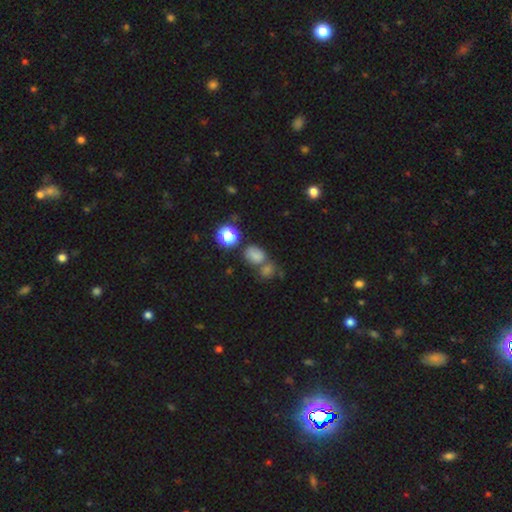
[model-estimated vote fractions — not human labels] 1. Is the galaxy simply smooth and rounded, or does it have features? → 71% smooth, 20% star or artifact, 10% featured or disk.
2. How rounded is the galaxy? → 66% in between, 33% round, 1% cigar-shaped.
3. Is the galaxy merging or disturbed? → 41% none, 39% merger, 13% minor disturbance, 7% major disturbance.